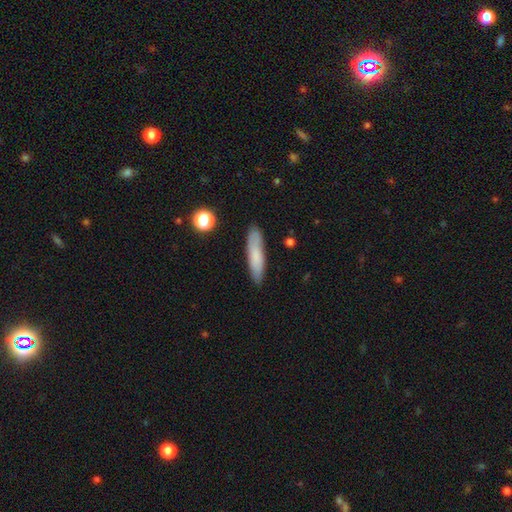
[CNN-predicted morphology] A smooth galaxy with no disk features (75%) that is cigar-shaped (79%). Merging: none (85%).